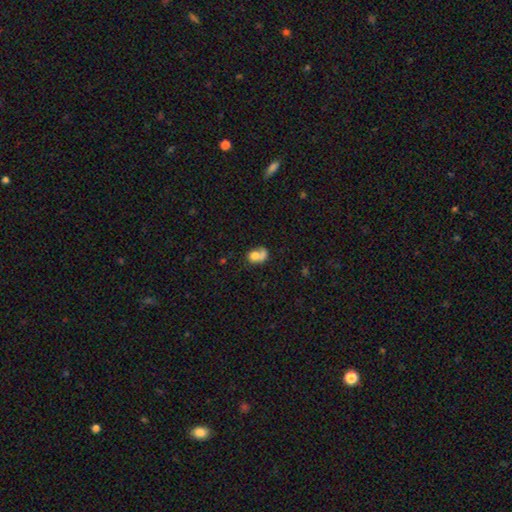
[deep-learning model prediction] Smooth or featured: smooth — 68% (featured or disk — 22%)
How rounded: in between — 53% (round — 46%)
Merging: merger — 43% (none — 27%)